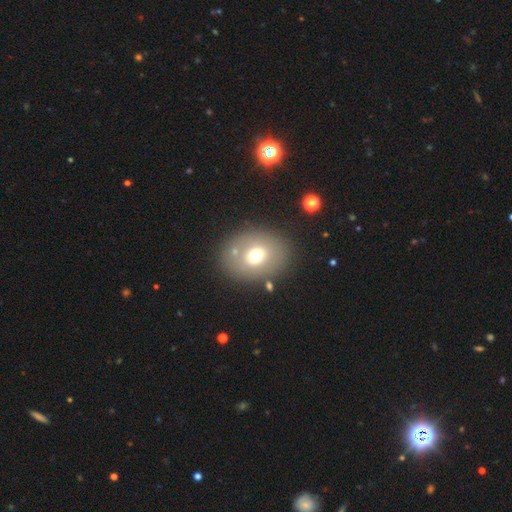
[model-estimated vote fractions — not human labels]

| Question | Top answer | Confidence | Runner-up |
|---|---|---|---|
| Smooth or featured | smooth | 65% | featured or disk (24%) |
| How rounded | in between | 53% | round (46%) |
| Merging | none | 78% | minor disturbance (11%) |